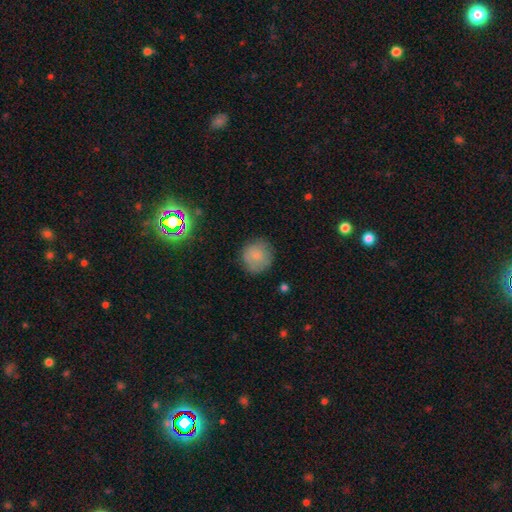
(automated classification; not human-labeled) smooth-or-featured: smooth: 79% | featured or disk: 12% | star or artifact: 9%
  how-rounded: round: 92% | in between: 7% | cigar-shaped: 1%
  merging: none: 80% | minor disturbance: 14% | major disturbance: 4% | merger: 2%